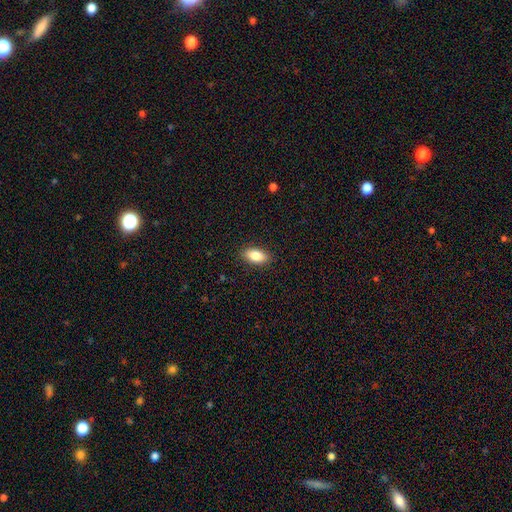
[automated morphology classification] Smooth or featured: smooth — 86% (featured or disk — 7%)
How rounded: in between — 90% (cigar-shaped — 6%)
Merging: none — 89% (minor disturbance — 8%)